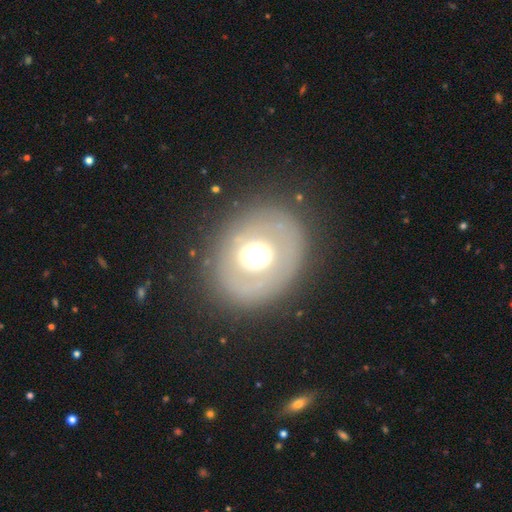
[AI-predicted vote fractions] Morphology: type=featured or disk (48%); merging=none (77%).